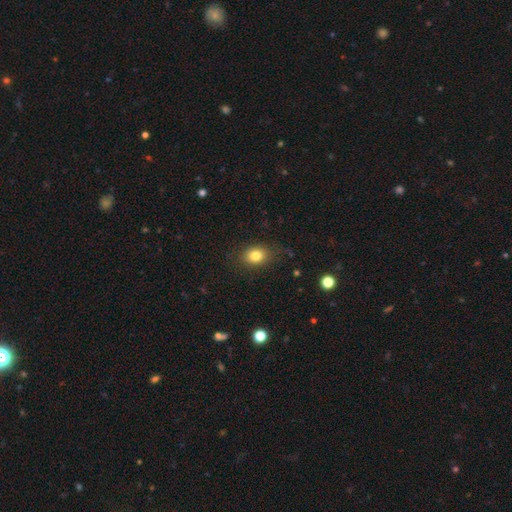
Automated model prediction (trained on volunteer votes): This is clearly a smooth galaxy (81%). How rounded: possibly in between (58%). Merging: likely none (78%).